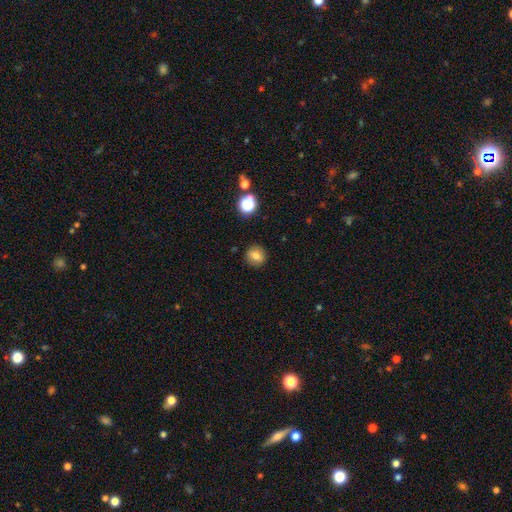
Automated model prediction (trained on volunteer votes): This appears to be a smooth galaxy with no disk features (77%) that is round (85%). Merging: none (89%).